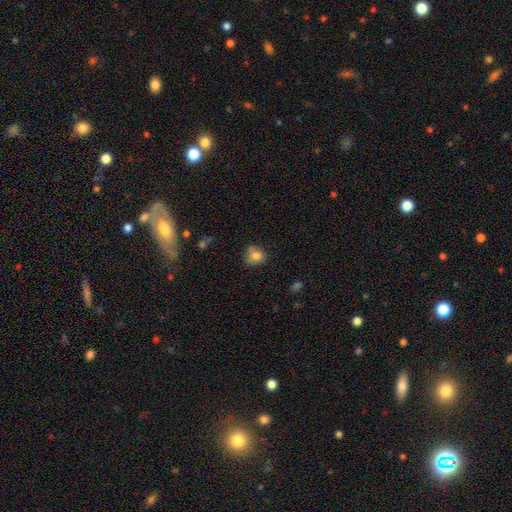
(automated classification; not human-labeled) Smooth or featured?
  - smooth: 79% *
  - star or artifact: 10%
  - featured or disk: 10%
How rounded?
  - round: 74% *
  - in between: 25%
  - cigar-shaped: 1%
Merging?
  - none: 59% *
  - minor disturbance: 28%
  - major disturbance: 8%
  - merger: 5%